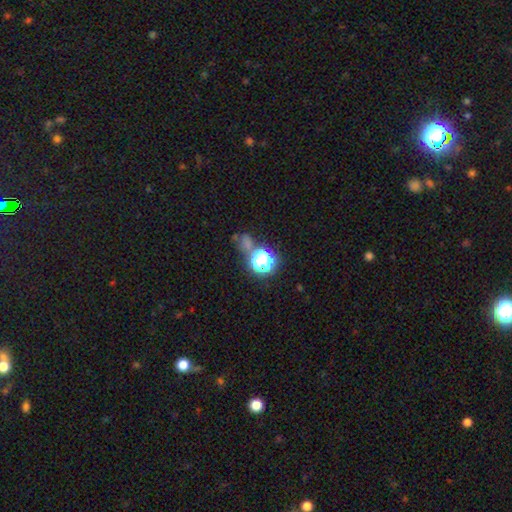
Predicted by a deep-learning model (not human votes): Morphology: type=star or artifact (61%).